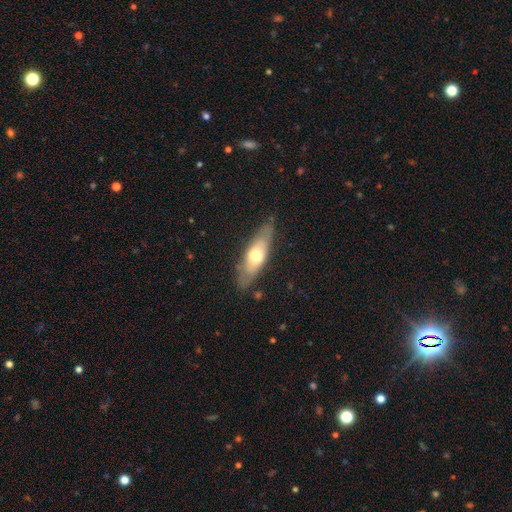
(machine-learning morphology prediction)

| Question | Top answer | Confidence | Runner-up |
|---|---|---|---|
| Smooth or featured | smooth | 54% | featured or disk (40%) |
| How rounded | in between | 52% | cigar-shaped (45%) |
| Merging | none | 80% | minor disturbance (15%) |